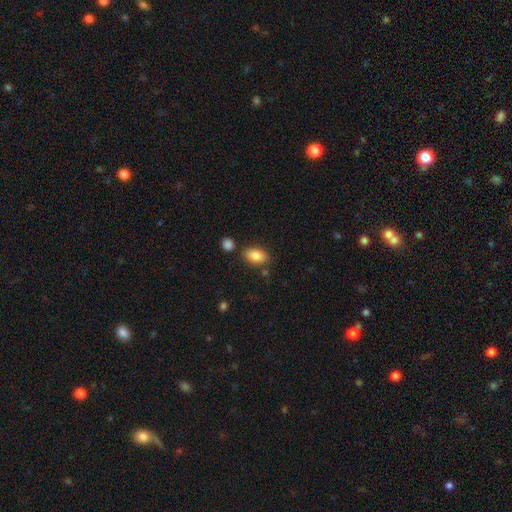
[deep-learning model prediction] A smooth galaxy with no disk features (86%) that is in between round and cigar-shaped (89%). Merging: none (77%).